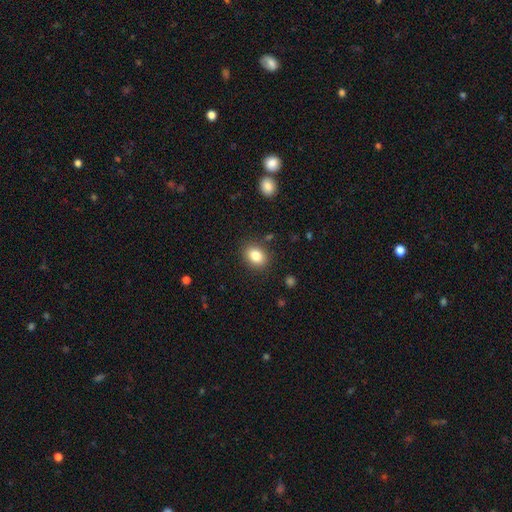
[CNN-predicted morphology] A smooth galaxy with no disk features (83%) that is in between round and cigar-shaped (65%). Merging: none (86%).